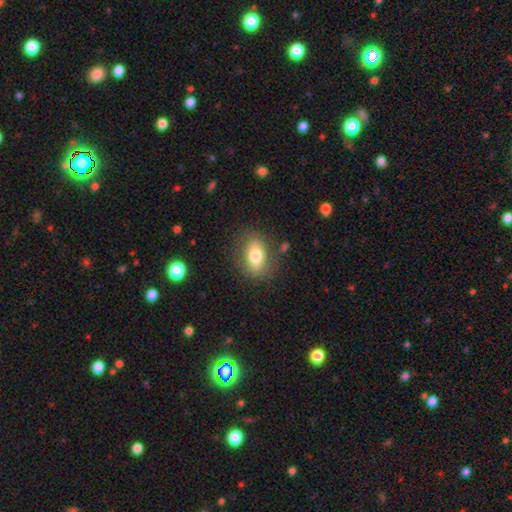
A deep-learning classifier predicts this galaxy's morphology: Smooth or featured? smooth (70%)
How rounded? in between (84%)
Merging? none (78%)